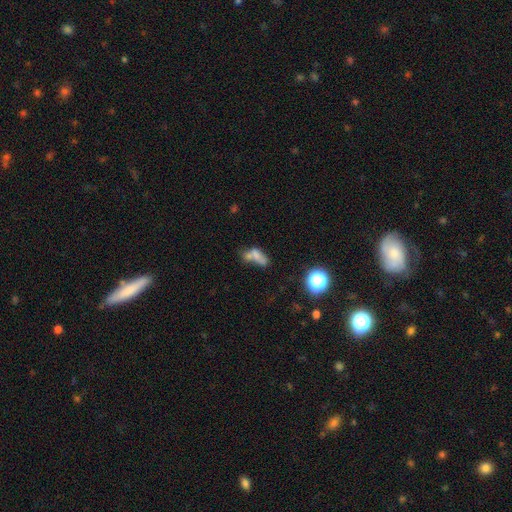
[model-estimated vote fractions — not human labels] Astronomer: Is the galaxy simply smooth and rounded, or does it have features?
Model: smooth — 60%.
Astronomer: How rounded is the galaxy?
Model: in between — 73%.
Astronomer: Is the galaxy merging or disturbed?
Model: merger — 52%.